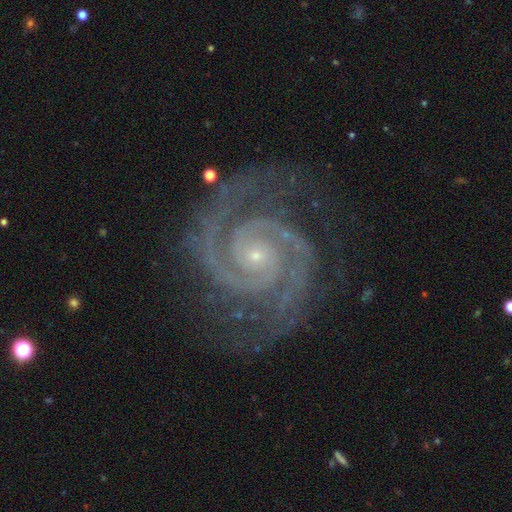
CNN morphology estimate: featured or disk 94%, star or artifact 4%, smooth 2%. Down the decision tree: edge-on disk — no (98%); bar — no (72%); spiral arms — yes (99%); spiral arm count — 2 (87%); spiral winding — tight (73%); bulge size — small (83%); merging — none (80%).